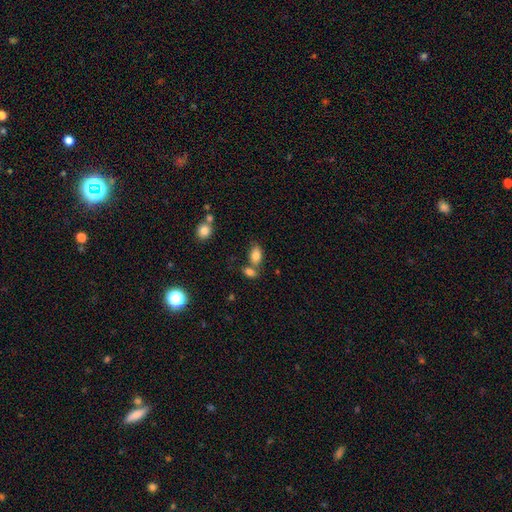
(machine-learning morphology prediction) This is clearly a smooth galaxy (83%). How rounded: clearly in between (87%). Merging: possibly none (51%).